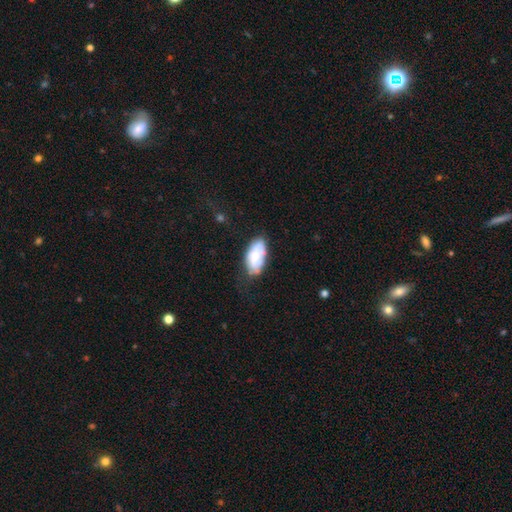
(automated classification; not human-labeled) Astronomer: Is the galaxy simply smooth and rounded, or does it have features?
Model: smooth — 61%.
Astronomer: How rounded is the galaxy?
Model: in between — 93%.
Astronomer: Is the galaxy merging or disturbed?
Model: none — 55% (runner-up: minor disturbance, 31%).